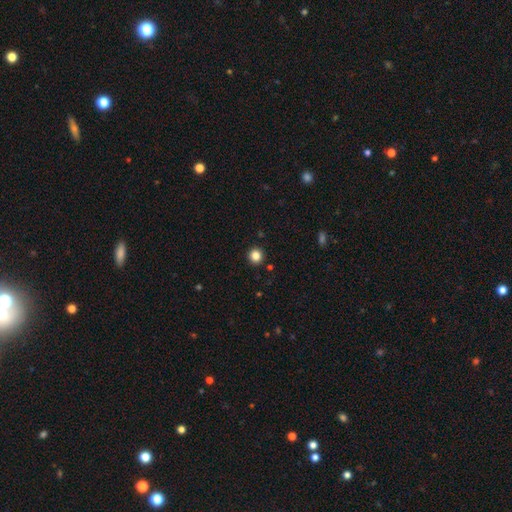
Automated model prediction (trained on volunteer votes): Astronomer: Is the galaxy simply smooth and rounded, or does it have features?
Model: smooth — 84%.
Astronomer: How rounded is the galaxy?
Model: round — 94%.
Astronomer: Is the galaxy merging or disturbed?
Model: none — 93%.